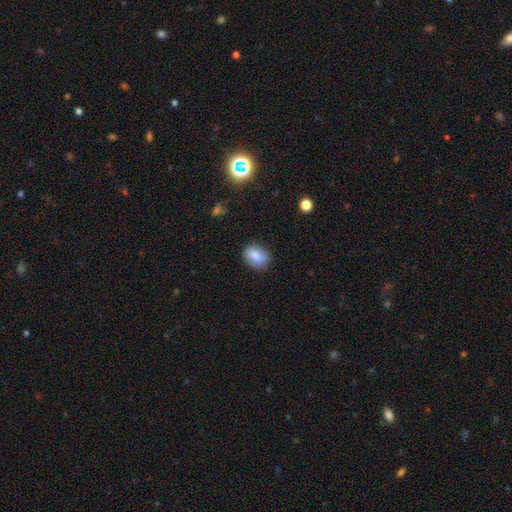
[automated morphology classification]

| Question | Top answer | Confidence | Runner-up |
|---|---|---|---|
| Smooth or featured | smooth | 83% | featured or disk (9%) |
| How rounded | in between | 68% | round (30%) |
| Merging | none | 79% | minor disturbance (15%) |